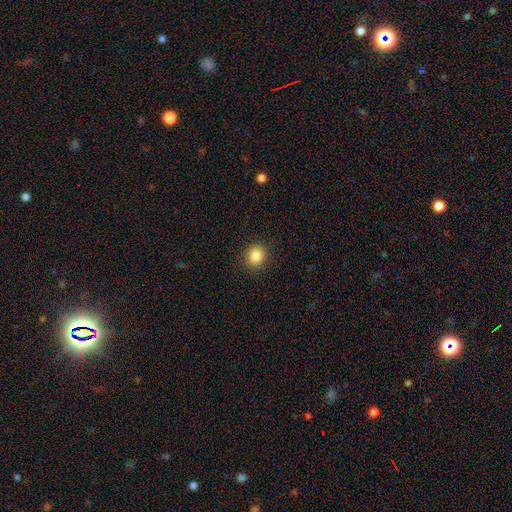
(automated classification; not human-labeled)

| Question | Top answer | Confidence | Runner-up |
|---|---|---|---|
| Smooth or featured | smooth | 87% | star or artifact (10%) |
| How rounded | round | 72% | in between (27%) |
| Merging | none | 90% | minor disturbance (7%) |